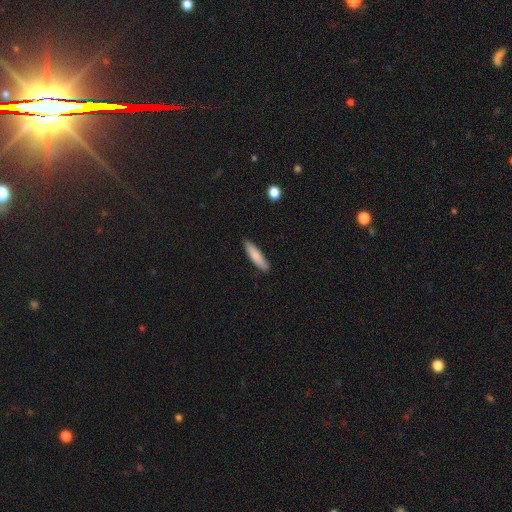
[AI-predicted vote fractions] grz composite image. It shows a smooth galaxy with no disk features (82%) that is cigar-shaped (78%). Merging: none (86%).